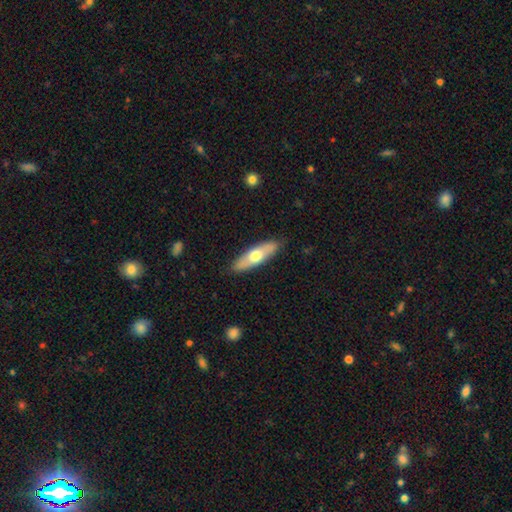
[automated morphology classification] Q: Smooth or featured?
A: smooth (58%); runner-up: featured or disk (37%)
Q: How rounded?
A: cigar-shaped (53%); runner-up: in between (45%)
Q: Merging?
A: none (87%); runner-up: minor disturbance (10%)